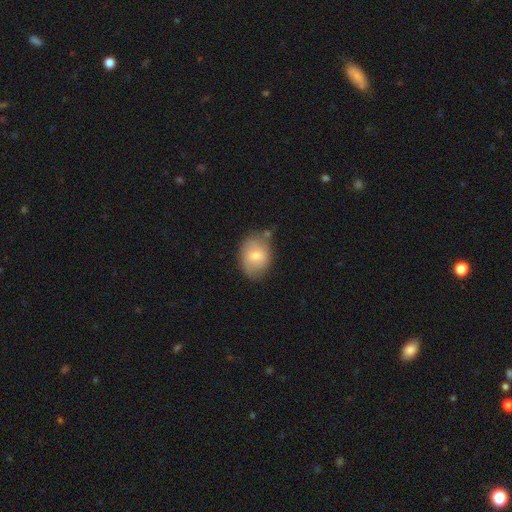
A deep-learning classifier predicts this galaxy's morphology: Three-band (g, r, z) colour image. It shows a smooth galaxy with no disk features (63%) that is in between round and cigar-shaped (58%). Merging: none (61%).